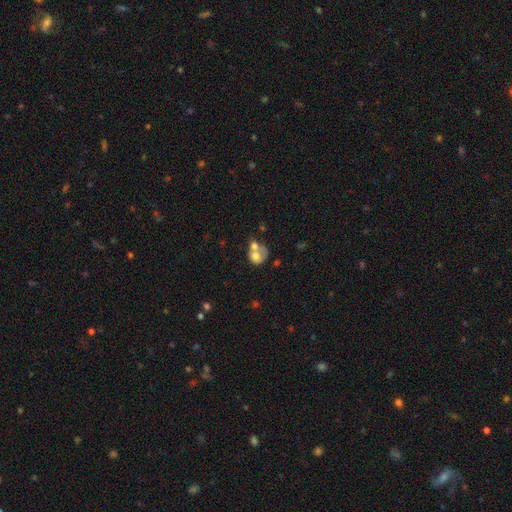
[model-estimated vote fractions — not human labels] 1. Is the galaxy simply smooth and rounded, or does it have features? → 60% smooth, 31% featured or disk, 9% star or artifact.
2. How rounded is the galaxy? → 55% round, 44% in between, 1% cigar-shaped.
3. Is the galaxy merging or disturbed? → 60% merger, 18% none, 12% major disturbance, 10% minor disturbance.